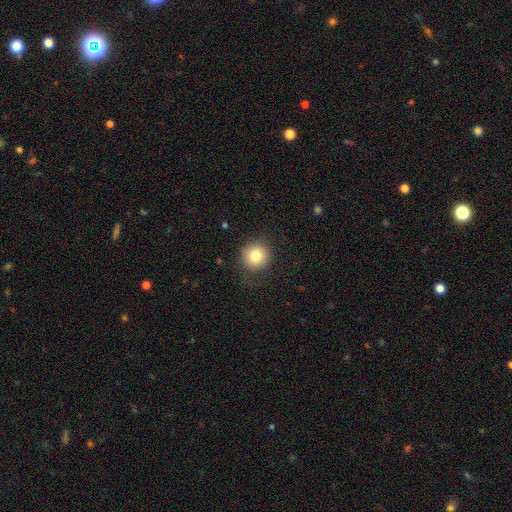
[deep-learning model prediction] A smooth galaxy with no disk features (81%) that is round (92%).

Vote fractions:
- Smooth or featured? smooth: 81% / star or artifact: 10% / featured or disk: 9%
- How rounded? round: 92% / in between: 7% / cigar-shaped: 1%
- Merging? none: 84% / minor disturbance: 11% / major disturbance: 4% / merger: 1%